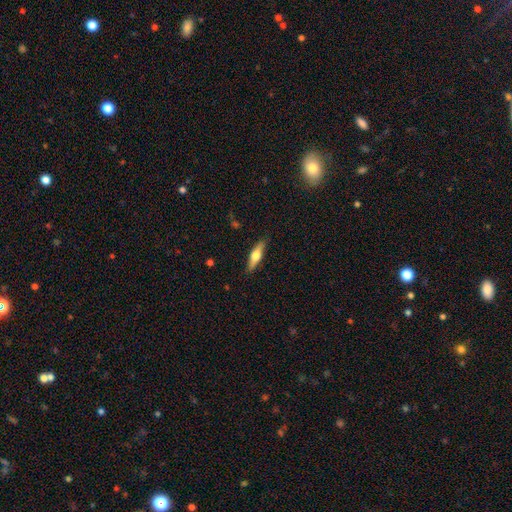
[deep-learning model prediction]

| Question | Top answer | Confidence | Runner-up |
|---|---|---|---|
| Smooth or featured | featured or disk | 50% | smooth (45%) |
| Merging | none | 88% | minor disturbance (9%) |